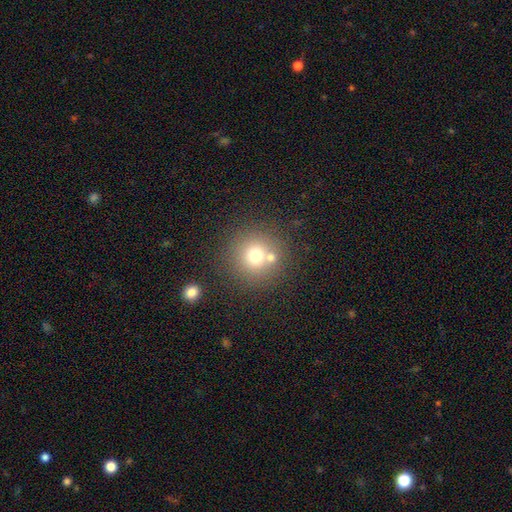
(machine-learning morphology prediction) A smooth galaxy with no disk features (70%) that is round (94%).

Vote fractions:
- Smooth or featured? smooth: 70% / star or artifact: 16% / featured or disk: 14%
- How rounded? round: 94% / in between: 5% / cigar-shaped: 1%
- Merging? none: 69% / merger: 20% / minor disturbance: 8% / major disturbance: 3%